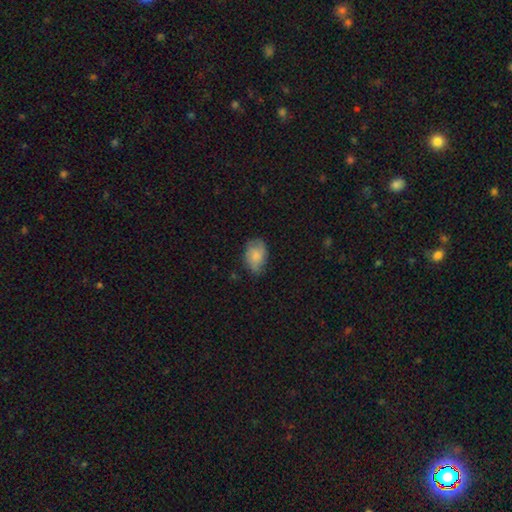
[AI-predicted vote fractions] Overall: smooth (73%). How rounded: in between (85%). Merging: none (66%).